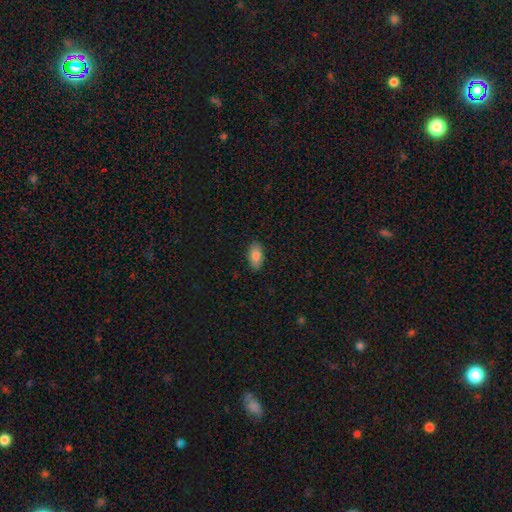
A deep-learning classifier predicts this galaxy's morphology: Smooth or featured: smooth — 81% (featured or disk — 12%)
How rounded: in between — 92% (cigar-shaped — 5%)
Merging: none — 88% (minor disturbance — 10%)